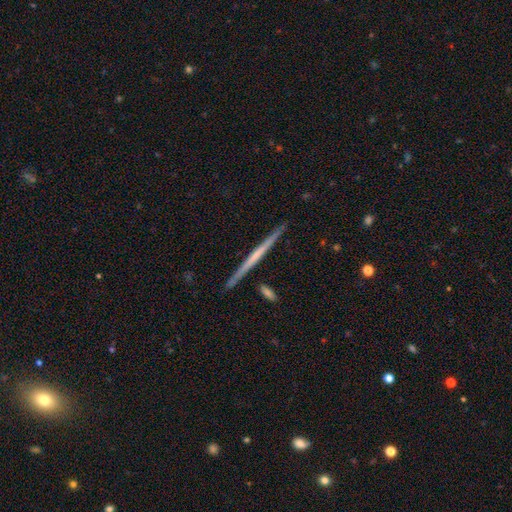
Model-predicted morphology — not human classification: featured or disk 64%, smooth 31%, star or artifact 5%. Down the decision tree: edge-on disk — yes (98%); edge-on bulge — none (82%); merging — none (90%).